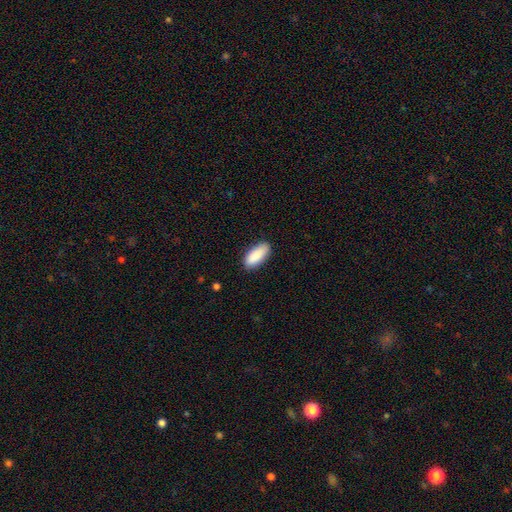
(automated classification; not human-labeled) The model was most divided on "how rounded": in between: 84%, cigar-shaped: 14%, round: 2%. More confident: smooth or featured — smooth (89%); merging — none (86%).